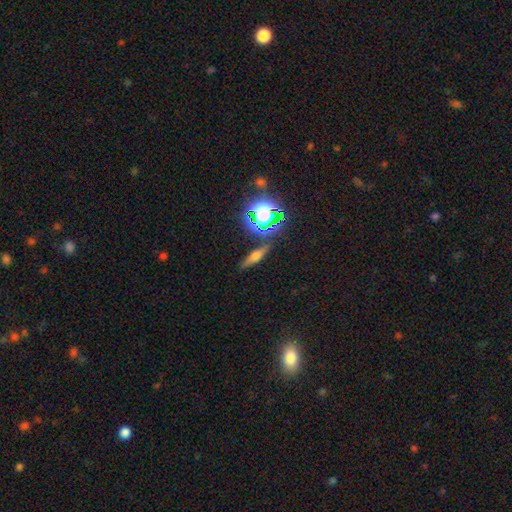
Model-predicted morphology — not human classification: featured or disk 40% (tied), smooth 40% (tied), star or artifact 20%. Down the decision tree: merging — none (83%).